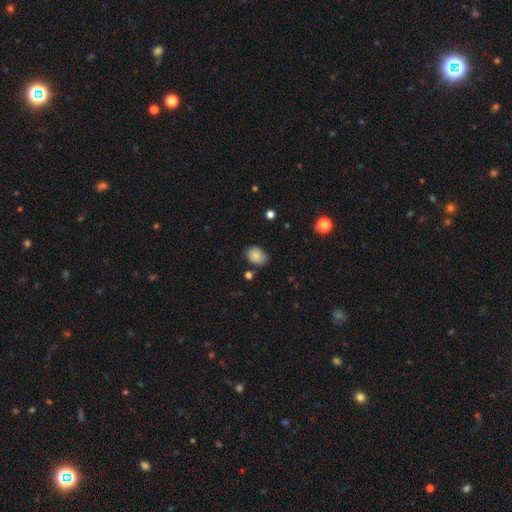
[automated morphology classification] Smooth or featured? Predicted: smooth (p=0.85). How rounded? Predicted: in between (p=0.65). Merging? Predicted: none (p=0.73).